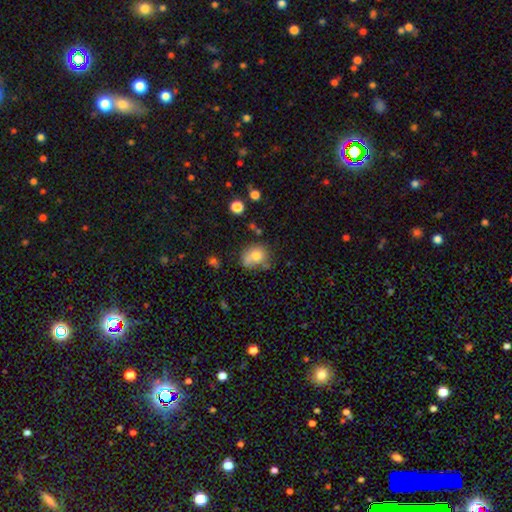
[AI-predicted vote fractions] smooth_or_featured: smooth (p=0.76) [alt: featured or disk p=0.14]
how_rounded: round (p=0.57) [alt: in between p=0.42]
merging: none (p=0.52) [alt: minor disturbance p=0.24]